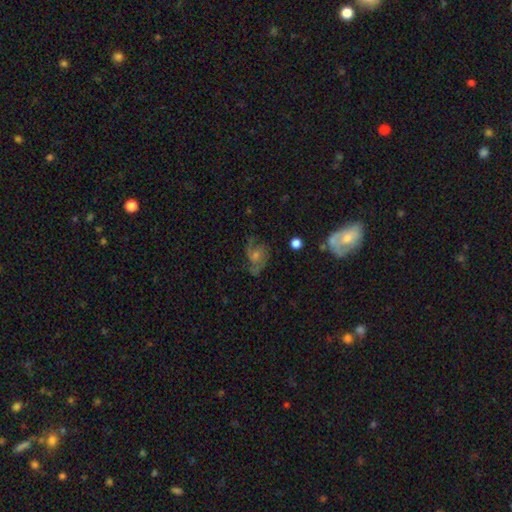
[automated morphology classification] This appears to be a featured or disk galaxy (71%) with no bar (68%), 2 (60%) medium (49%) spiral arms (90%) and a moderate central bulge (47%). Merging: none (63%).